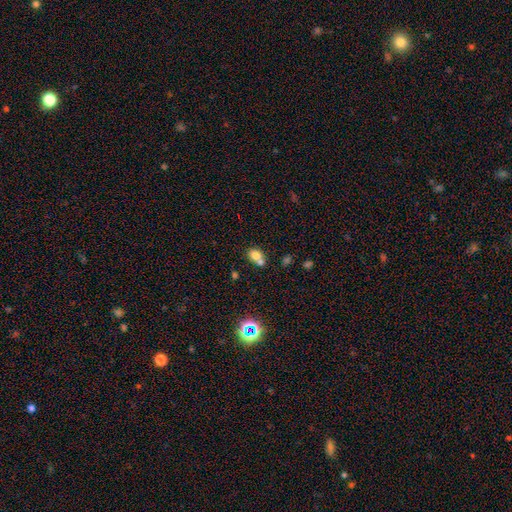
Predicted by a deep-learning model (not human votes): A smooth galaxy with no disk features (74%) that is round (52%). Merging: merger (48%).